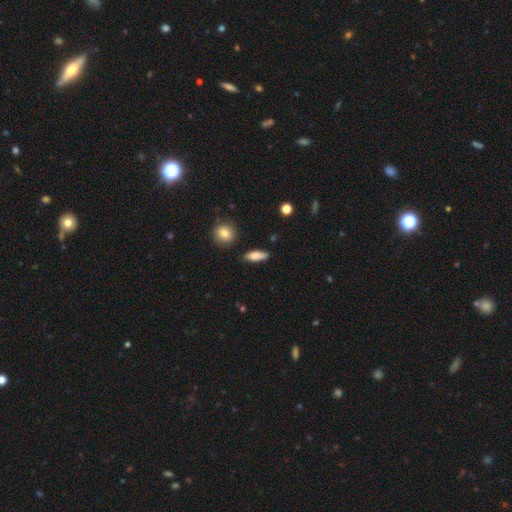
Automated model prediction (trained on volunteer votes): smooth_or_featured: smooth (p=0.83) [alt: featured or disk p=0.10]
how_rounded: in between (p=0.64) [alt: cigar-shaped p=0.32]
merging: none (p=0.81) [alt: minor disturbance p=0.14]